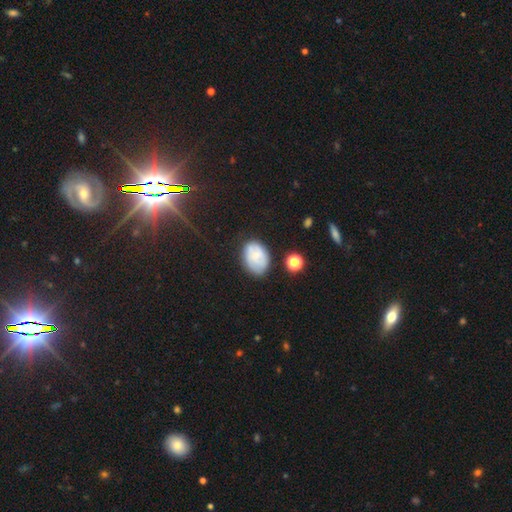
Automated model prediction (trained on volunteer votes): Morphology: type=smooth (51%); roundness=in between (74%); merging=none (69%).